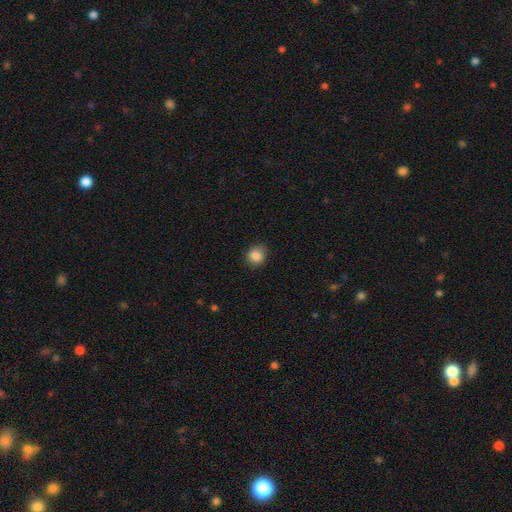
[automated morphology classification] This appears to be a smooth galaxy with no disk features (87%) that is round (79%). Merging: none (81%).